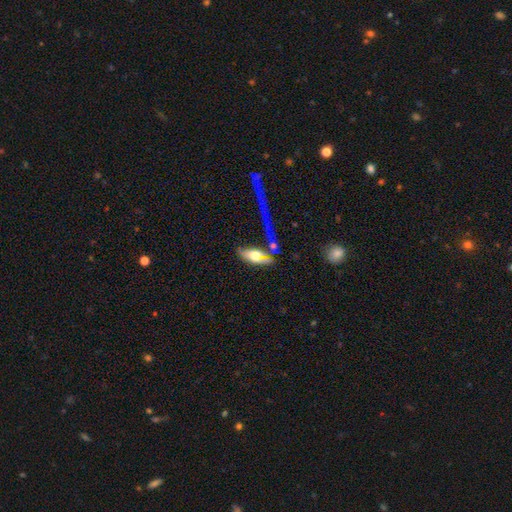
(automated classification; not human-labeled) smooth-or-featured: smooth: 47% | featured or disk: 45% | star or artifact: 8%
  merging: none: 51% | merger: 18% | minor disturbance: 17% | major disturbance: 14%